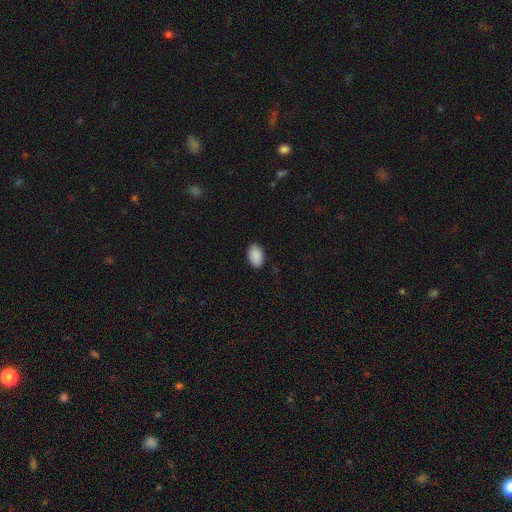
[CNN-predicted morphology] Smooth or featured?
  - smooth: 91% *
  - star or artifact: 7%
  - featured or disk: 3%
How rounded?
  - in between: 91% *
  - round: 7%
  - cigar-shaped: 1%
Merging?
  - none: 89% *
  - minor disturbance: 8%
  - major disturbance: 2%
  - merger: 1%